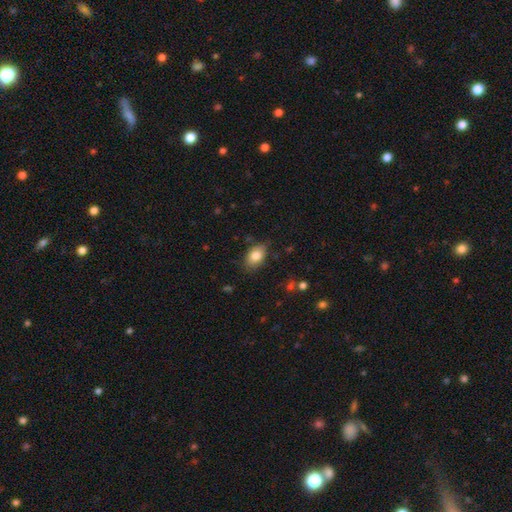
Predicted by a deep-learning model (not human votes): Overall: smooth (83%). How rounded: in between (86%). Merging: none (78%).